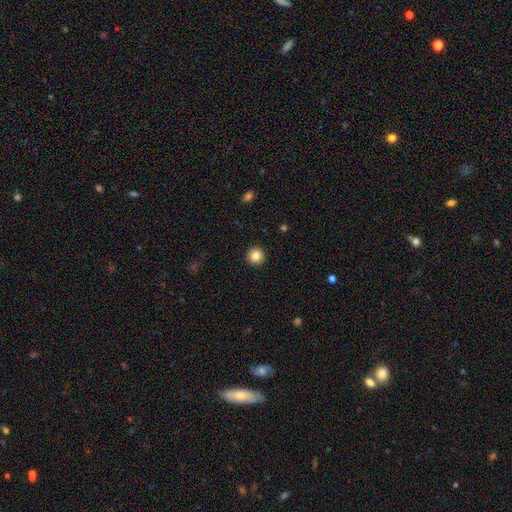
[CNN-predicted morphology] This is clearly a smooth galaxy (85%). How rounded: clearly round (96%). Merging: clearly none (93%).